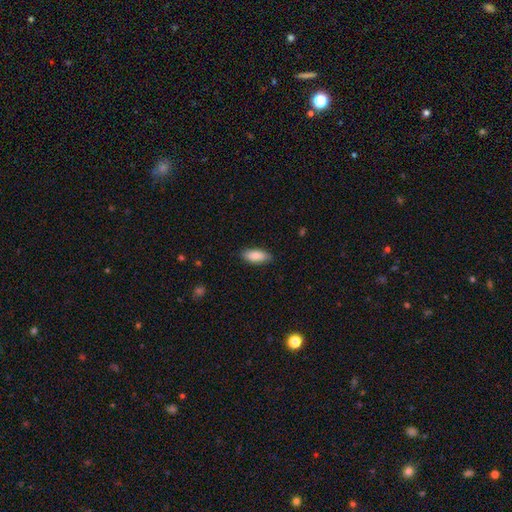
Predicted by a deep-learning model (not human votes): A smooth galaxy with no disk features (83%) that is in between round and cigar-shaped (85%). Merging: none (85%).